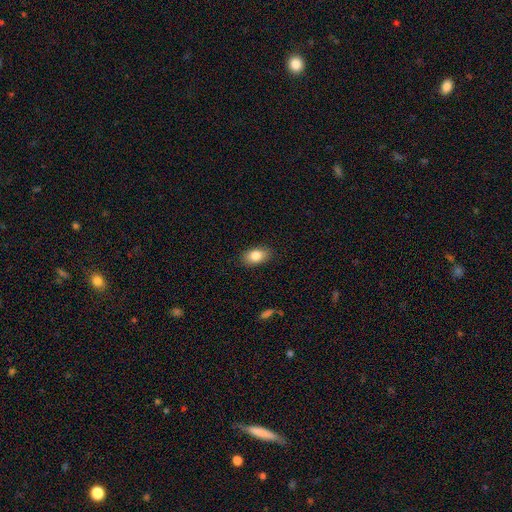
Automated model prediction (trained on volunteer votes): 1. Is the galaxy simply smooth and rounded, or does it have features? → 83% smooth, 9% featured or disk, 8% star or artifact.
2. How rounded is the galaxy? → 90% in between, 8% round, 2% cigar-shaped.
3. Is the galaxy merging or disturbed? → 87% none, 10% minor disturbance, 2% major disturbance, 1% merger.